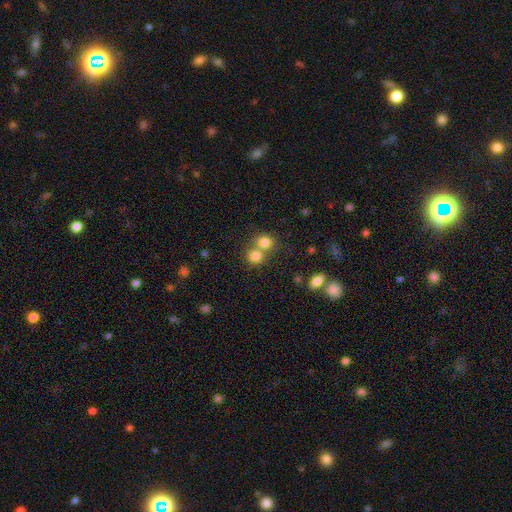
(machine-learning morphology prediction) smooth-or-featured: smooth: 79% | star or artifact: 13% | featured or disk: 8%
  how-rounded: round: 84% | in between: 15% | cigar-shaped: 1%
  merging: merger: 48% | none: 44% | minor disturbance: 6% | major disturbance: 3%